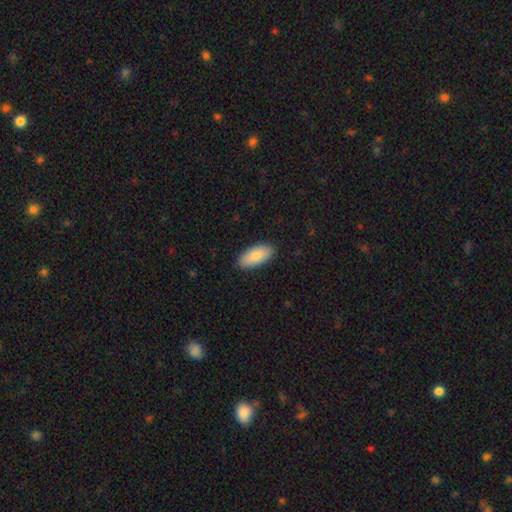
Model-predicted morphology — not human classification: The model was most divided on "smooth or featured": smooth: 86%, featured or disk: 8%, star or artifact: 5%. More confident: how rounded — in between (91%); merging — none (88%).